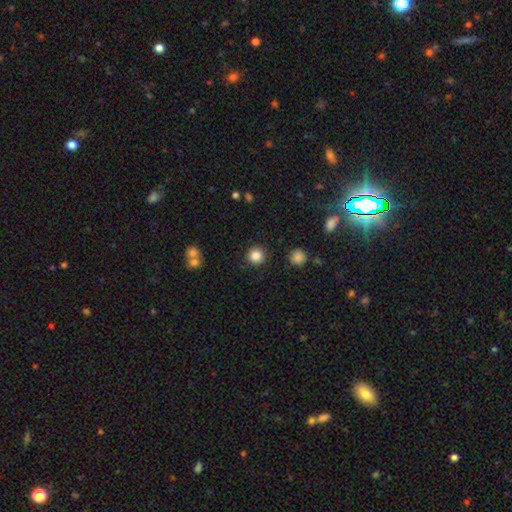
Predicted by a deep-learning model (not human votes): Smooth or featured: smooth — 86% (star or artifact — 10%)
How rounded: round — 94% (in between — 5%)
Merging: none — 90% (minor disturbance — 5%)